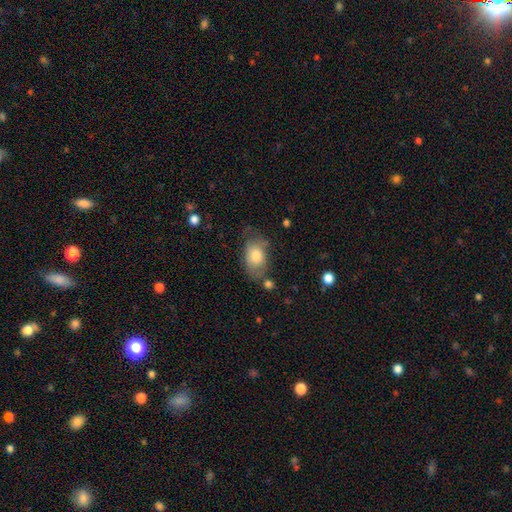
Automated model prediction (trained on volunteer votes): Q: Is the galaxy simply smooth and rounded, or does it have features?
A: smooth — 72%.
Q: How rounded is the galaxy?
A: in between — 86%.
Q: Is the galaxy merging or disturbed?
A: none — 51%.